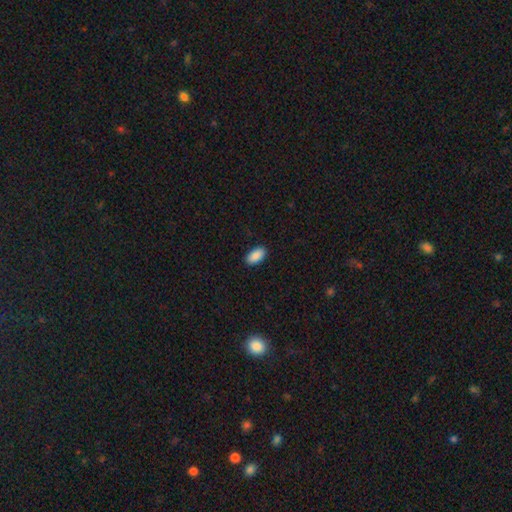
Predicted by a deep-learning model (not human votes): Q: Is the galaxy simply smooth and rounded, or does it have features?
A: smooth — 91%.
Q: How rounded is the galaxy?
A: in between — 94%.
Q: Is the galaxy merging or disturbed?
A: none — 90%.